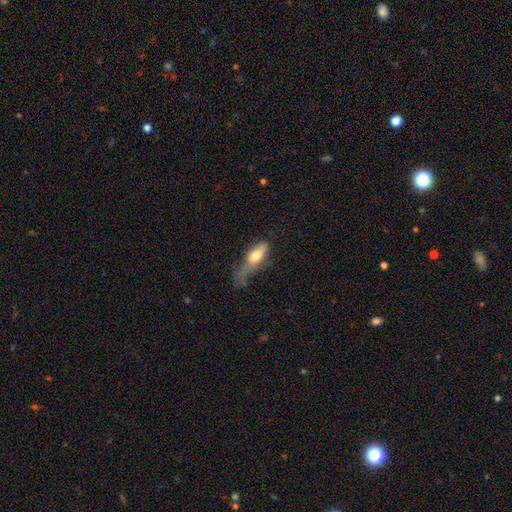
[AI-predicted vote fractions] Smooth or featured: smooth — 66% (featured or disk — 27%)
How rounded: in between — 56% (cigar-shaped — 40%)
Merging: major disturbance — 42% (minor disturbance — 31%)